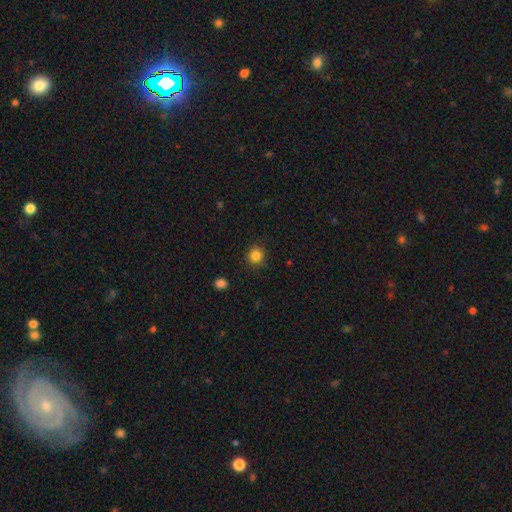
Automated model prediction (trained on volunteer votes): This is clearly a smooth galaxy (85%). How rounded: clearly round (91%). Merging: clearly none (89%).